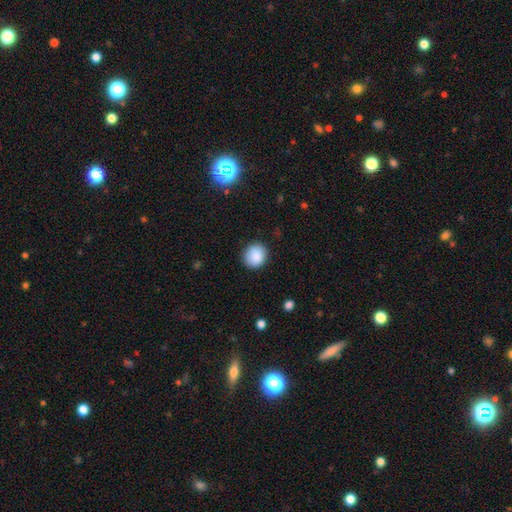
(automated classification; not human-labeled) Smooth or featured: smooth — 88% (star or artifact — 8%)
How rounded: round — 81% (in between — 18%)
Merging: none — 88% (minor disturbance — 8%)